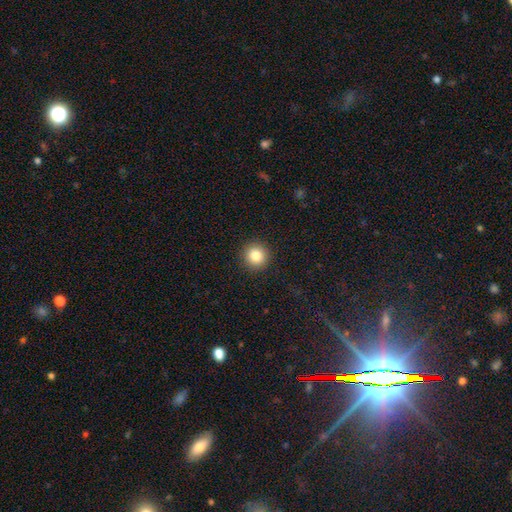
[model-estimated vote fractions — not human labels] A smooth galaxy with no disk features (84%) that is round (95%). Merging: none (92%).